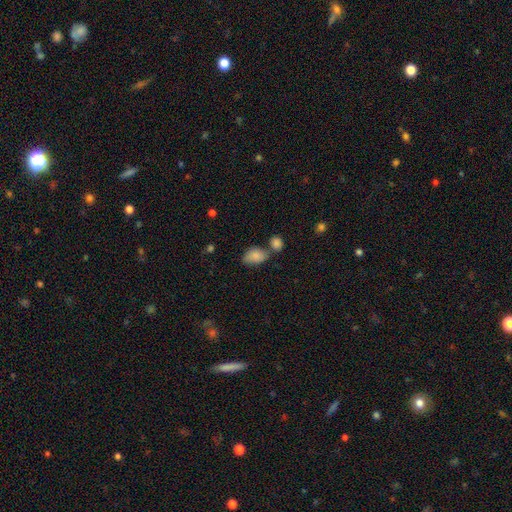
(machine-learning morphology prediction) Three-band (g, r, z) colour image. It shows a smooth galaxy with no disk features (84%) that is in between round and cigar-shaped (86%). Merging: none (45%).